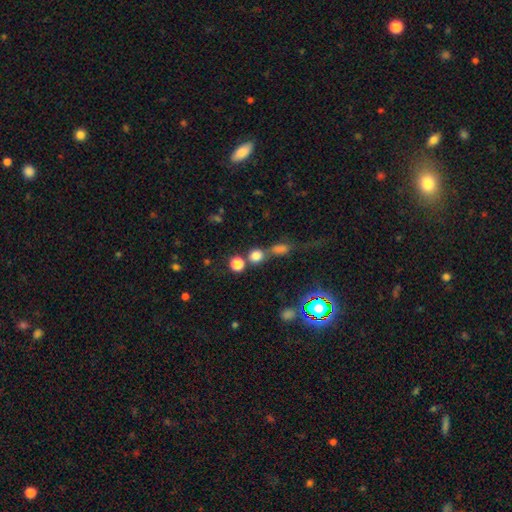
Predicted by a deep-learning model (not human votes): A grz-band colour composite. It shows a smooth galaxy with no disk features (74%) that is round (86%). Merging: none (58%).